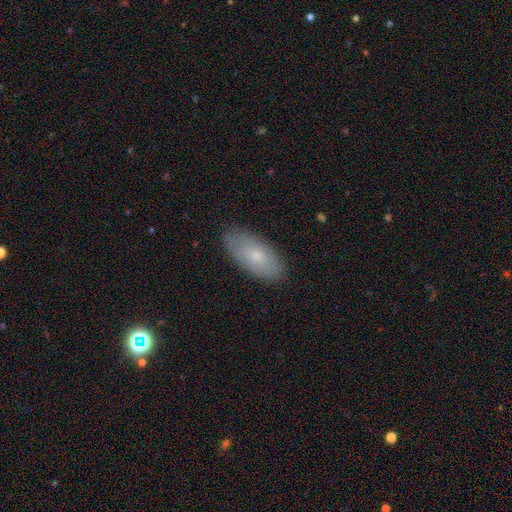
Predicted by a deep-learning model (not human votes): The model was most divided on "smooth or featured": smooth: 66%, featured or disk: 26%, star or artifact: 8%. More confident: how rounded — in between (91%); merging — none (84%).